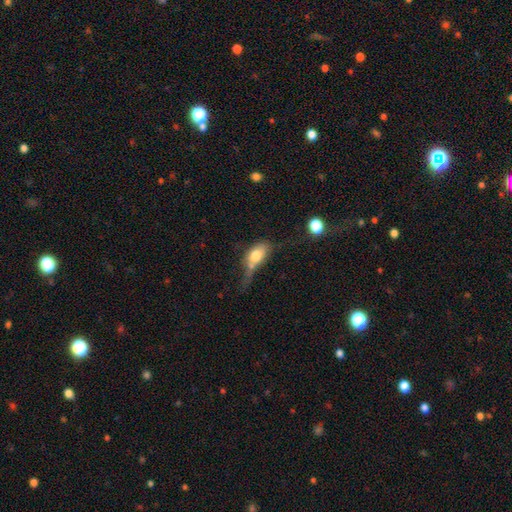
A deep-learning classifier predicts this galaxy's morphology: The model was most divided on "merging": major disturbance: 28%, merger: 26%, none: 23%, minor disturbance: 23%. More confident: how rounded — in between (79%); smooth or featured — smooth (69%).